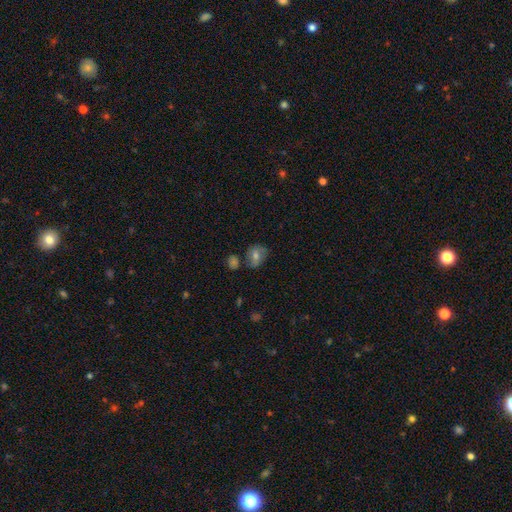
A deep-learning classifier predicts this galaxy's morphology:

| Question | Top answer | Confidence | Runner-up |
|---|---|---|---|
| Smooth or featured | smooth | 61% | featured or disk (28%) |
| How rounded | in between | 51% | round (47%) |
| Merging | none | 64% | minor disturbance (20%) |